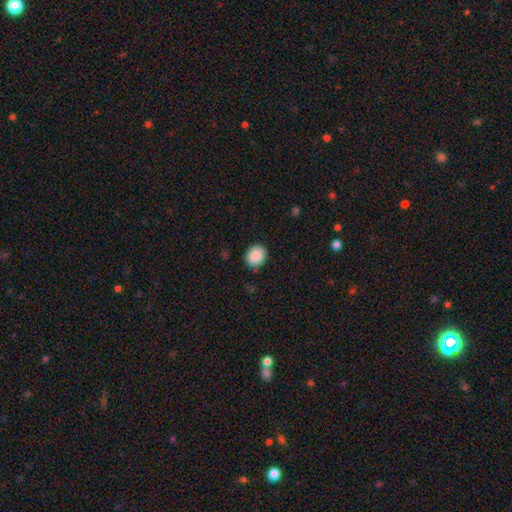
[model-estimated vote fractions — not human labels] Smooth or featured? Predicted: smooth (p=0.89). How rounded? Predicted: round (p=0.57). Merging? Predicted: none (p=0.87).